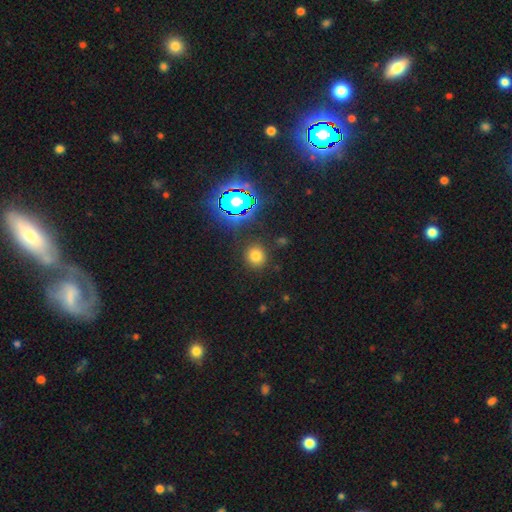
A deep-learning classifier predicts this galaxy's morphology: Smooth or featured?
  - smooth: 71% *
  - star or artifact: 23%
  - featured or disk: 7%
How rounded?
  - round: 84% *
  - in between: 15%
  - cigar-shaped: 1%
Merging?
  - none: 87% *
  - minor disturbance: 7%
  - major disturbance: 3%
  - merger: 2%